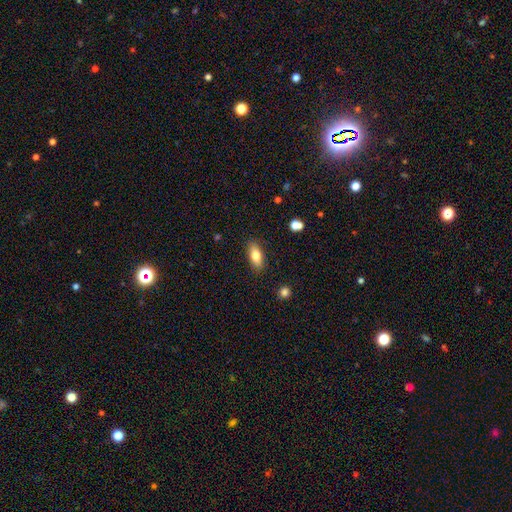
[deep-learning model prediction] Q: Smooth or featured?
A: smooth (76%); runner-up: featured or disk (16%)
Q: How rounded?
A: in between (78%); runner-up: cigar-shaped (18%)
Q: Merging?
A: none (87%); runner-up: minor disturbance (10%)